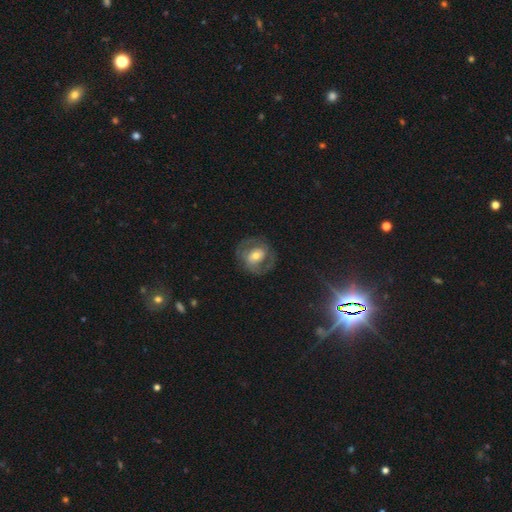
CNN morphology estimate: smooth_or_featured: featured or disk (p=0.60) [alt: smooth p=0.33]
disk_edge_on: no (p=0.96) [alt: yes p=0.04]
bar: no (p=0.52) [alt: weak p=0.31]
has_spiral_arms: yes (p=0.57) [alt: no p=0.43]
bulge_size: moderate (p=0.61) [alt: small p=0.25]
merging: none (p=0.72) [alt: minor disturbance p=0.15]